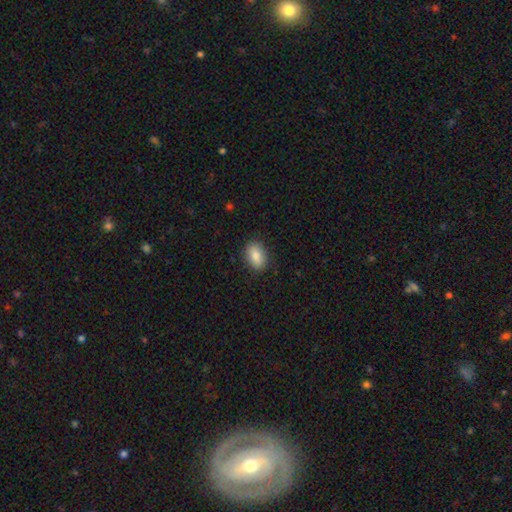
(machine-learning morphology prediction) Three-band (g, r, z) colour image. It shows a smooth galaxy with no disk features (86%) that is in between round and cigar-shaped (88%). Merging: none (87%).